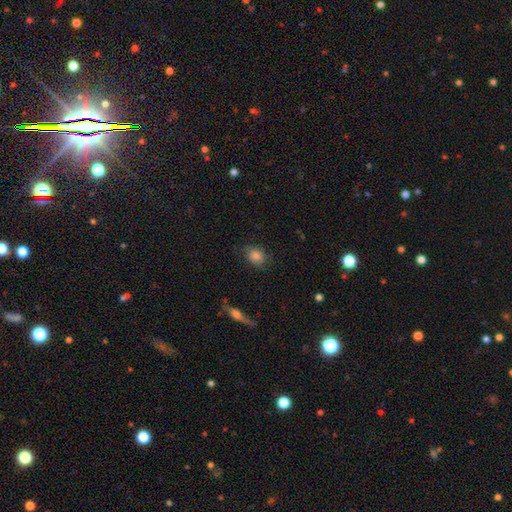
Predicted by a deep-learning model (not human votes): Morphology: type=smooth (78%); roundness=in between (56%); merging=none (75%).